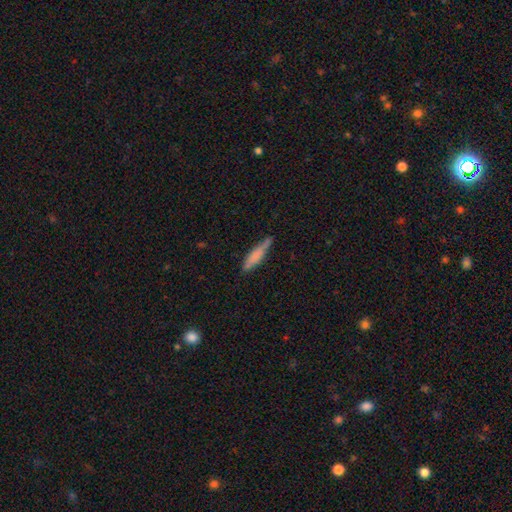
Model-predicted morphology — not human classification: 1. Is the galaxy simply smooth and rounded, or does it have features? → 69% smooth, 25% featured or disk, 6% star or artifact.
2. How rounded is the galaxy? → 83% cigar-shaped, 15% in between, 2% round.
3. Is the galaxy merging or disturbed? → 72% none, 20% minor disturbance, 4% major disturbance, 3% merger.